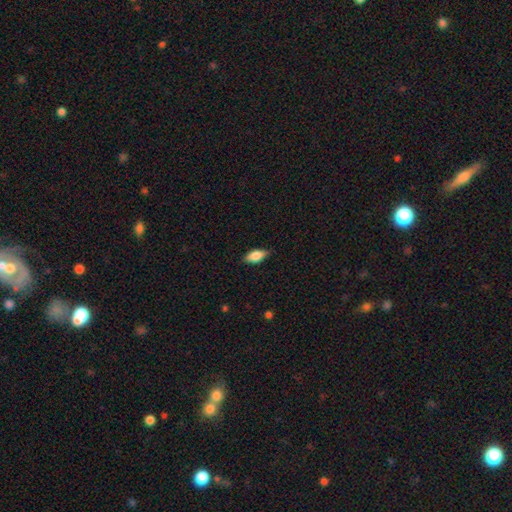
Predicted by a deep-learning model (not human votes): Smooth or featured: smooth — 79% (featured or disk — 15%)
How rounded: in between — 85% (cigar-shaped — 11%)
Merging: none — 83% (minor disturbance — 14%)